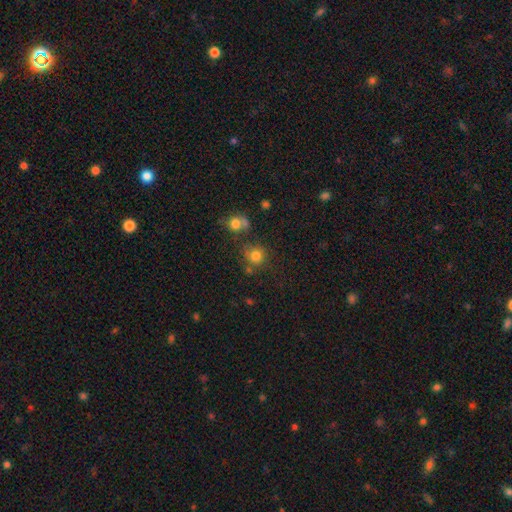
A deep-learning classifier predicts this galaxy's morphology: This appears to be a smooth galaxy with no disk features (79%) that is round (89%). Merging: none (69%).